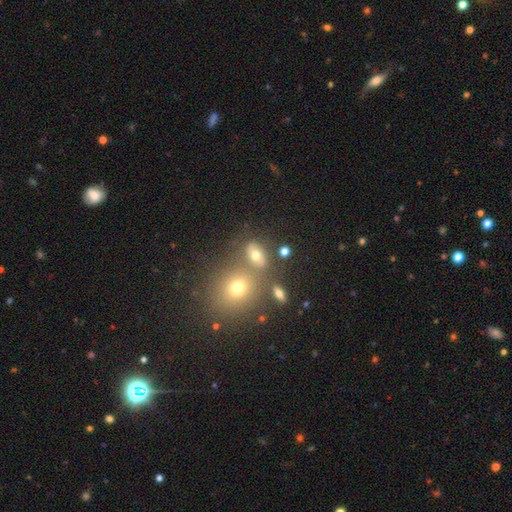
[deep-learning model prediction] Overall: smooth (60%). How rounded: in between (68%; round 28%). Merging: none (57%; merger 25%).